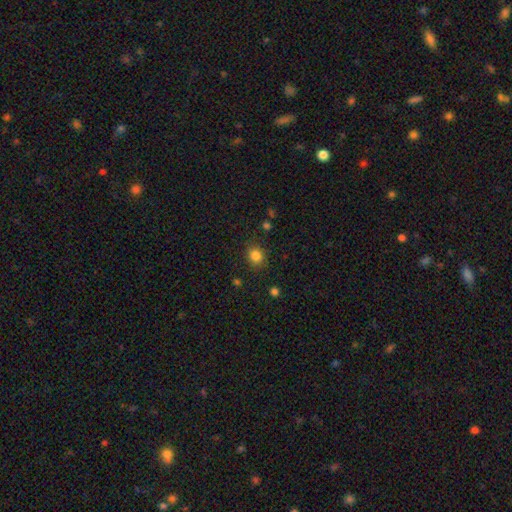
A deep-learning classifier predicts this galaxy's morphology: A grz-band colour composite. It shows a smooth galaxy with no disk features (83%) that is round (74%). Merging: none (84%).